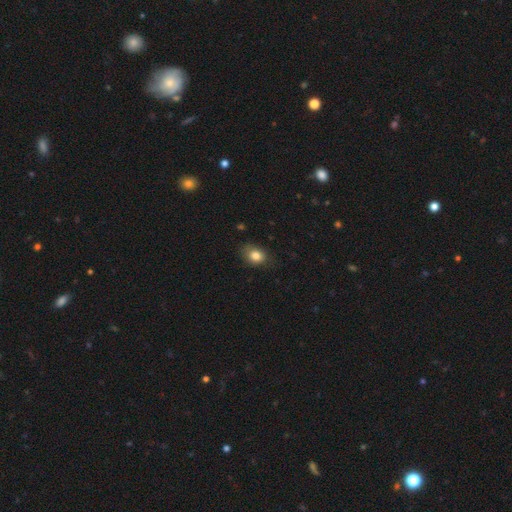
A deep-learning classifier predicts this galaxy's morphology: This appears to be a smooth galaxy with no disk features (83%) that is in between round and cigar-shaped (52%). Merging: none (73%).